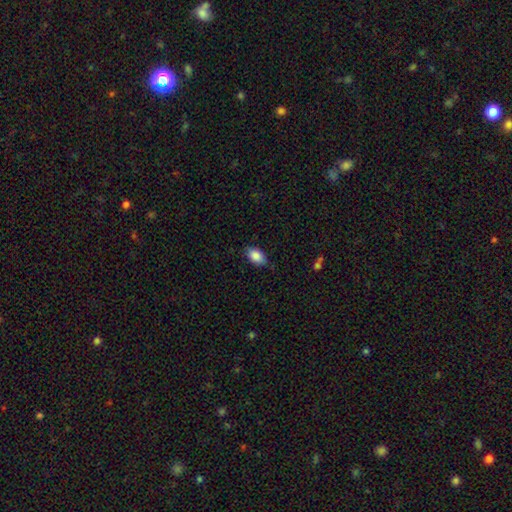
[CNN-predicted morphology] Overall: smooth (87%). How rounded: in between (91%). Merging: none (80%).